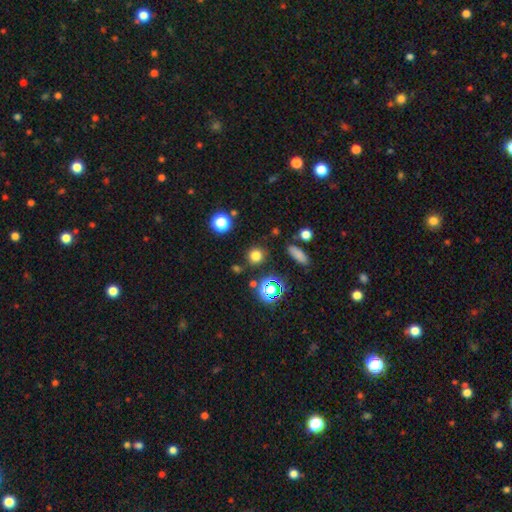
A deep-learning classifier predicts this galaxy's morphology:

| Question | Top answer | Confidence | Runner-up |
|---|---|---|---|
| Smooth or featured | smooth | 76% | star or artifact (19%) |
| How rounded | round | 89% | in between (10%) |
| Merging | none | 86% | minor disturbance (8%) |